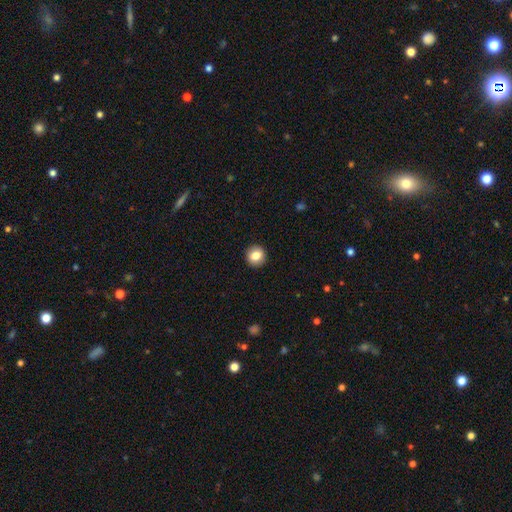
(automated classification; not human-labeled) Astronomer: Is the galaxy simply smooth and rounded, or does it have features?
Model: smooth — 83%.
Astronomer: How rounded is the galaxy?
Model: round — 92%.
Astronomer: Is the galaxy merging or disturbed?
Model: none — 93%.